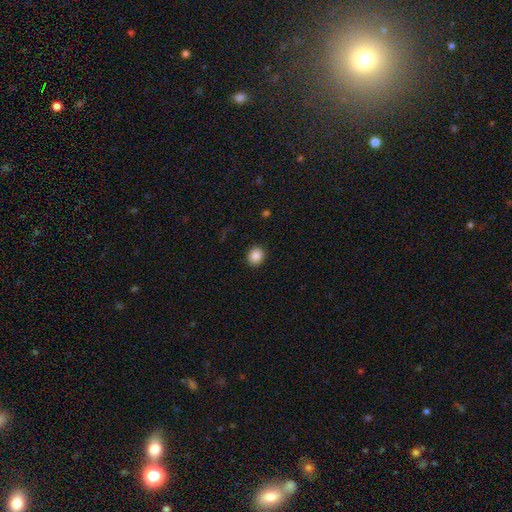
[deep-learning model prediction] Overall: smooth (87%). How rounded: round (76%). Merging: none (91%).